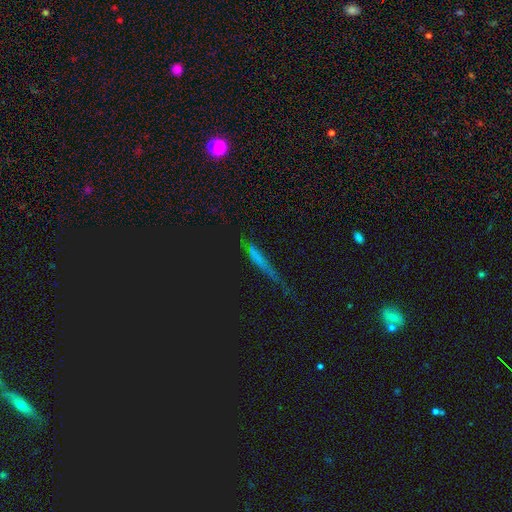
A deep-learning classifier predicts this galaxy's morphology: The model was most divided on "smooth or featured": smooth: 40%, star or artifact: 36%, featured or disk: 24%. More confident: merging — none (58%).